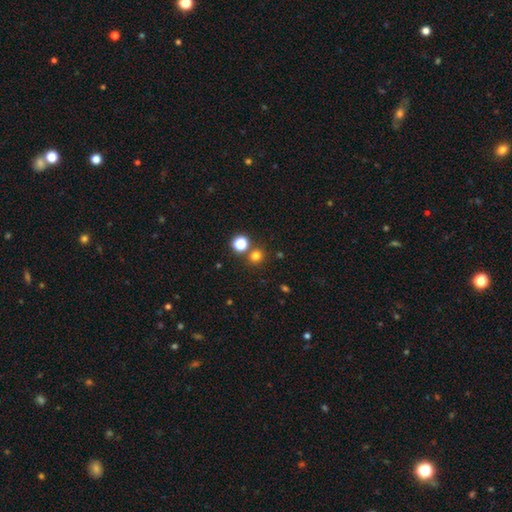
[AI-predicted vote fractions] A smooth galaxy with no disk features (74%) that is round (90%).

Vote fractions:
- Smooth or featured? smooth: 74% / star or artifact: 20% / featured or disk: 6%
- How rounded? round: 90% / in between: 9% / cigar-shaped: 1%
- Merging? none: 77% / merger: 14% / minor disturbance: 6% / major disturbance: 3%